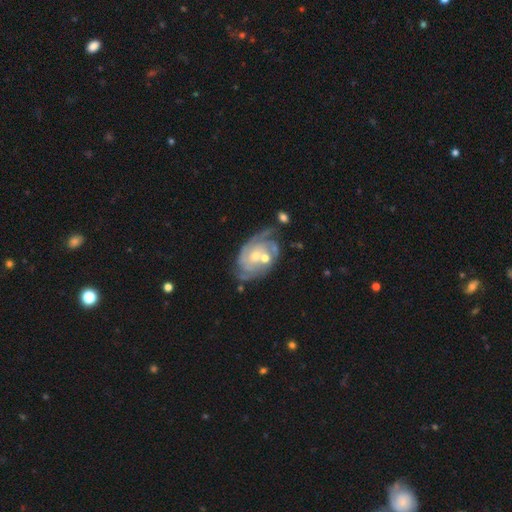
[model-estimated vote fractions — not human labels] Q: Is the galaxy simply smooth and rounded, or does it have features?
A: featured or disk — 84%.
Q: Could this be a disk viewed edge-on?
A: no — 97%.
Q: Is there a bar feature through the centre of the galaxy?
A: no — 69%.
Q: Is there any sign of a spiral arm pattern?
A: yes — 94%.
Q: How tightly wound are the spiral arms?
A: tight — 64%.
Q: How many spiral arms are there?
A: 2 — 33%.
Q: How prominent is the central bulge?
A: small — 53%.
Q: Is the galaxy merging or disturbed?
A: none — 51%.